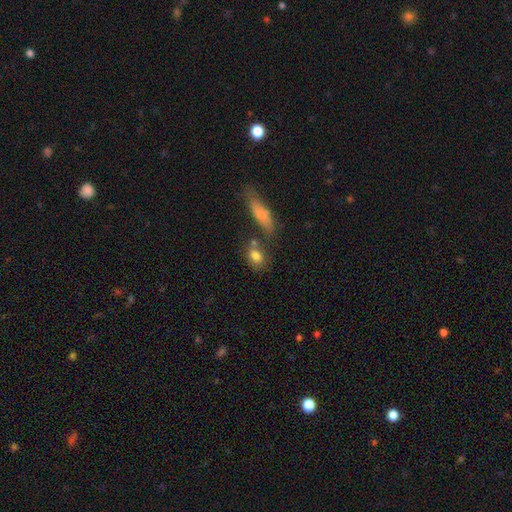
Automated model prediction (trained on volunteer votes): Smooth or featured: smooth — 81% (featured or disk — 10%)
How rounded: in between — 62% (round — 32%)
Merging: none — 56% (merger — 21%)